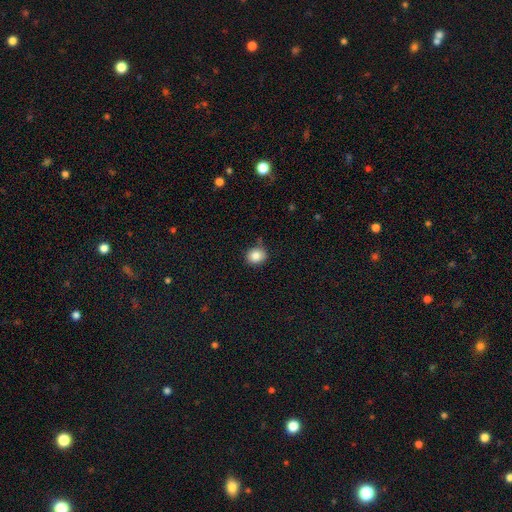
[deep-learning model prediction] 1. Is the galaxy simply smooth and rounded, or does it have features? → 84% smooth, 10% star or artifact, 6% featured or disk.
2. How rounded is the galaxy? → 74% round, 25% in between, 1% cigar-shaped.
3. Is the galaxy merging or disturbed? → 79% none, 15% minor disturbance, 3% merger, 3% major disturbance.